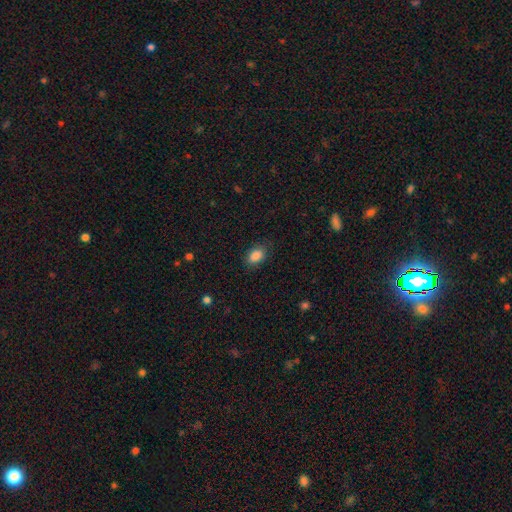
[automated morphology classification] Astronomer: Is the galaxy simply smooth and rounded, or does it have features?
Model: smooth — 88%.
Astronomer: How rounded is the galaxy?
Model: in between — 87%.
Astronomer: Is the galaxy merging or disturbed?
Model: none — 82%.